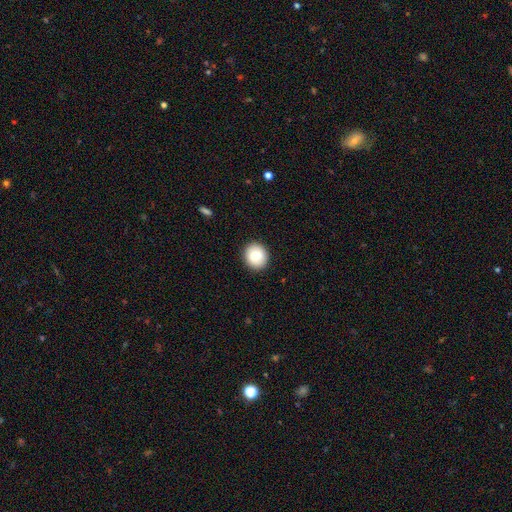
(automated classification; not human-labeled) Smooth or featured?
  - smooth: 86% *
  - star or artifact: 8%
  - featured or disk: 6%
How rounded?
  - round: 79% *
  - in between: 20%
  - cigar-shaped: 1%
Merging?
  - none: 91% *
  - minor disturbance: 6%
  - major disturbance: 2%
  - merger: 1%